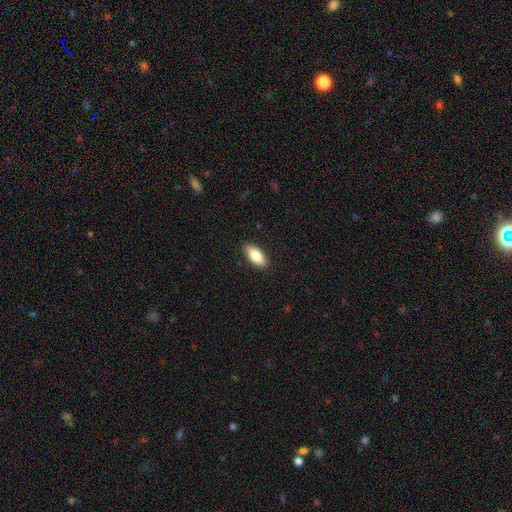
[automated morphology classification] type=smooth (84%); roundness=in between (87%); merging=none (89%).